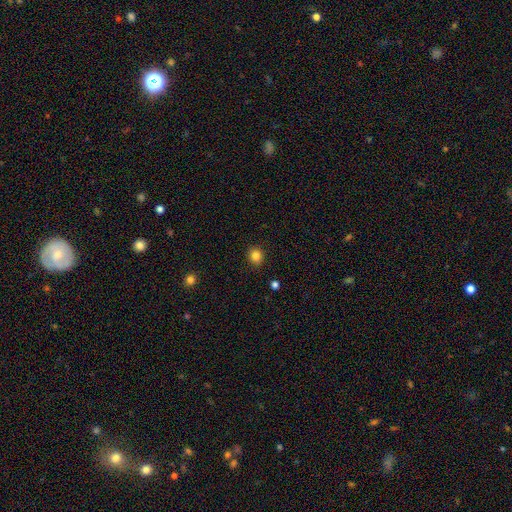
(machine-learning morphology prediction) Q: Smooth or featured?
A: smooth (84%); runner-up: star or artifact (11%)
Q: How rounded?
A: round (80%); runner-up: in between (19%)
Q: Merging?
A: none (90%); runner-up: minor disturbance (7%)